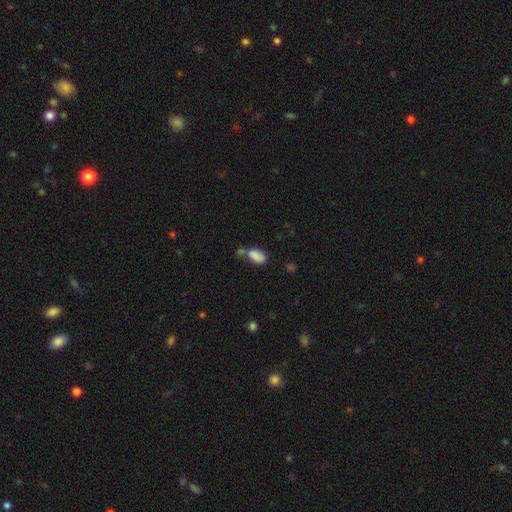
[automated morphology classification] Q: Smooth or featured?
A: smooth (83%); runner-up: star or artifact (9%)
Q: How rounded?
A: in between (91%); runner-up: round (5%)
Q: Merging?
A: none (39%); runner-up: merger (35%)